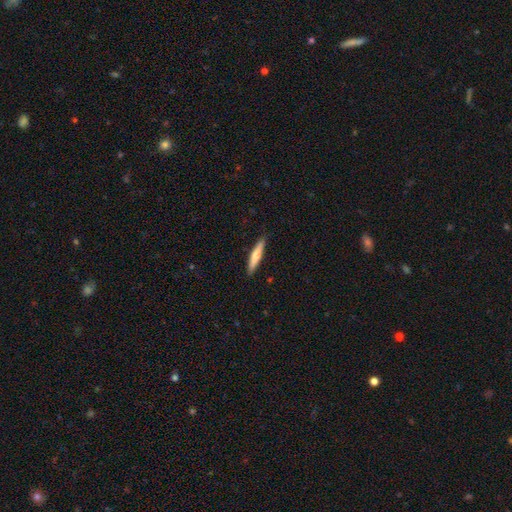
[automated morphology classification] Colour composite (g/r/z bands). It shows a smooth galaxy with no disk features (66%) that is cigar-shaped (90%). Merging: none (90%).